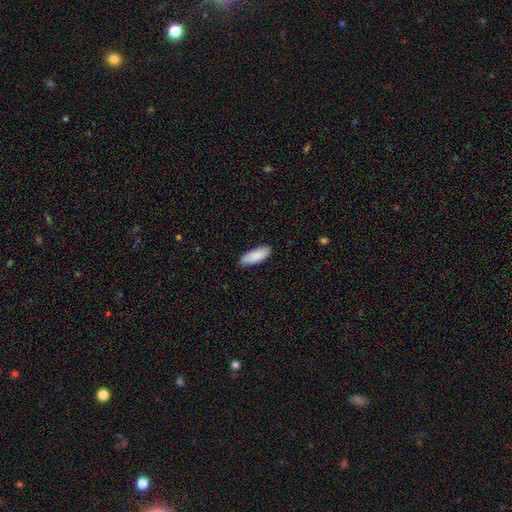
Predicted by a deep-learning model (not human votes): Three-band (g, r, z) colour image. It shows a smooth galaxy with no disk features (90%) that is in between round and cigar-shaped (68%). Merging: none (89%).